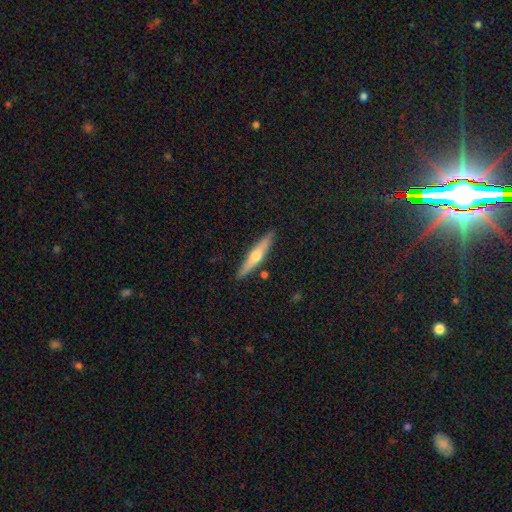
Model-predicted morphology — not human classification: This appears to be a featured or disk galaxy (54%) viewed edge-on (95%) with a rounded central bulge (89%). Merging: none (88%).